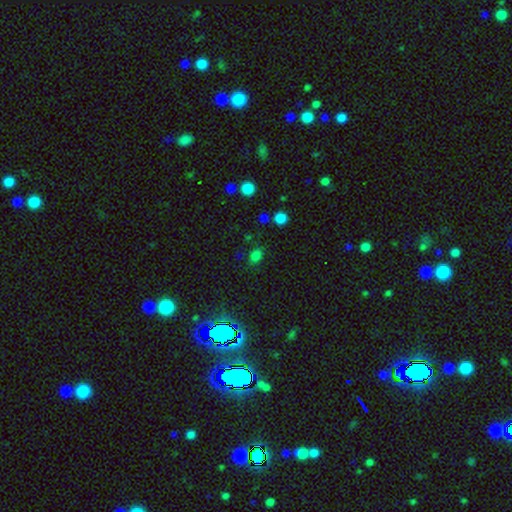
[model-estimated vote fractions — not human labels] Q: Smooth or featured?
A: smooth (72%); runner-up: star or artifact (22%)
Q: How rounded?
A: in between (63%); runner-up: round (35%)
Q: Merging?
A: none (76%); runner-up: minor disturbance (16%)